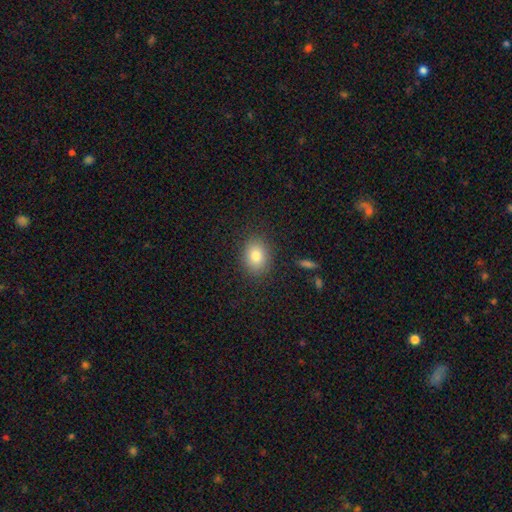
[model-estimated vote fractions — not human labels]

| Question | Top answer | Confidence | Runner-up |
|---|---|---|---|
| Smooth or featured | smooth | 81% | star or artifact (10%) |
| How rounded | in between | 58% | round (41%) |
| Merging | none | 87% | minor disturbance (9%) |